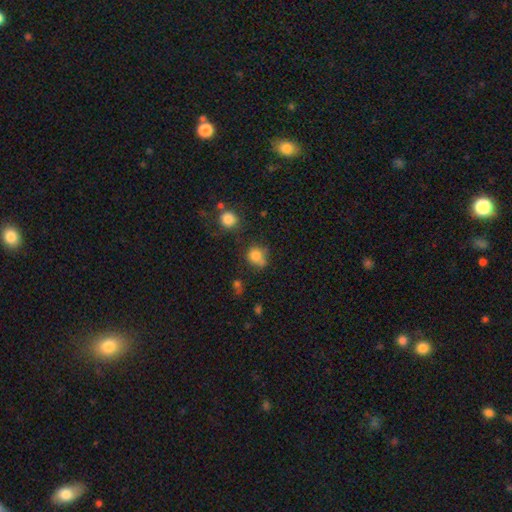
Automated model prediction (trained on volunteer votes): This is likely a smooth galaxy (79%). How rounded: likely round (77%). Merging: possibly none (52%).